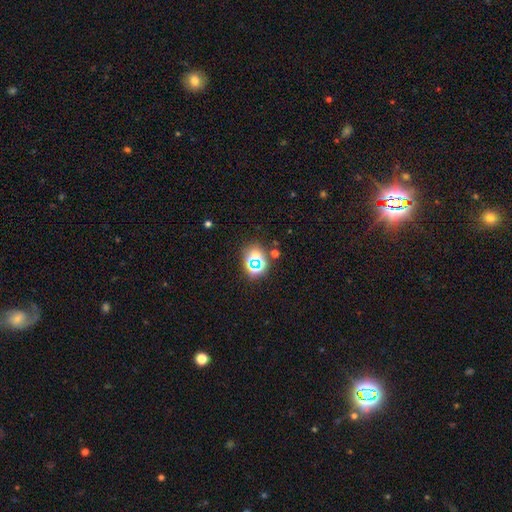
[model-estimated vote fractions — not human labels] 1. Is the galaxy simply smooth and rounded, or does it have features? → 54% star or artifact, 34% smooth, 12% featured or disk.